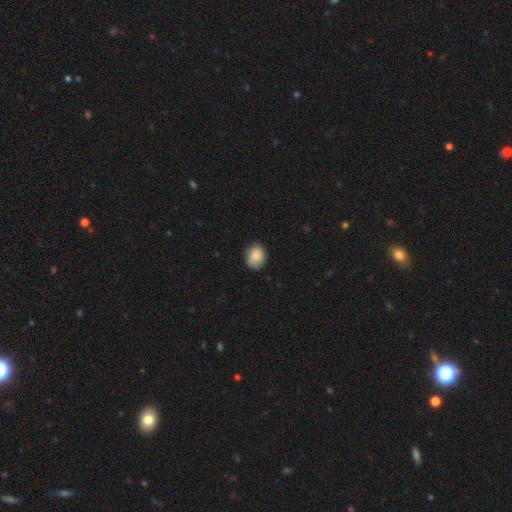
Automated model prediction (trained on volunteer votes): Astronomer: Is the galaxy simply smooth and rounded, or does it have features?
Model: smooth — 84%.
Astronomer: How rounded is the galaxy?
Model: in between — 55% (runner-up: round, 44%).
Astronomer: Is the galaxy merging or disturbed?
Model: none — 79%.